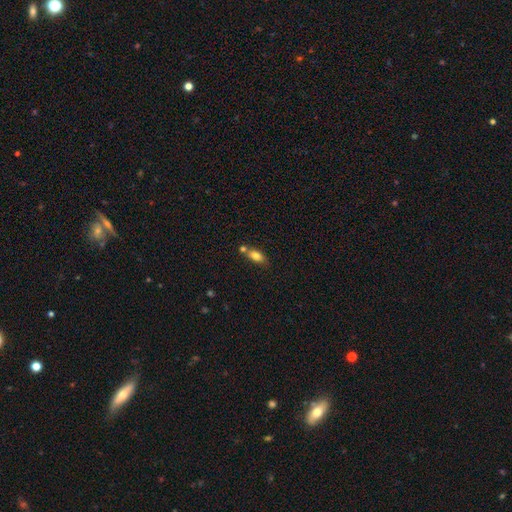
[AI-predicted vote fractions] A smooth galaxy with no disk features (78%) that is in between round and cigar-shaped (83%).

Vote fractions:
- Smooth or featured? smooth: 78% / featured or disk: 14% / star or artifact: 9%
- How rounded? in between: 83% / cigar-shaped: 11% / round: 6%
- Merging? none: 53% / merger: 28% / minor disturbance: 15% / major disturbance: 4%